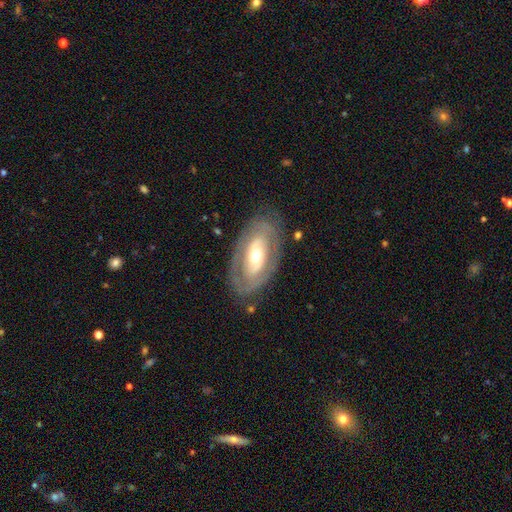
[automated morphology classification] type=featured or disk (70%); edge-on=no (91%); bar=no (60%); spiral arms=no (55%); bulge=moderate (63%); merging=none (78%).